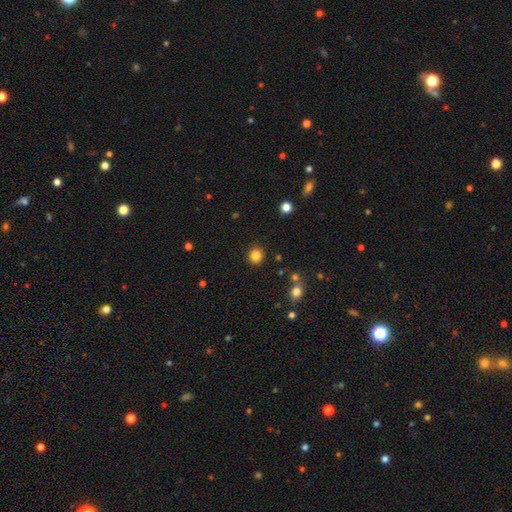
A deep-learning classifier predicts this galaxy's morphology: Smooth or featured? smooth (84%)
How rounded? round (88%)
Merging? none (90%)